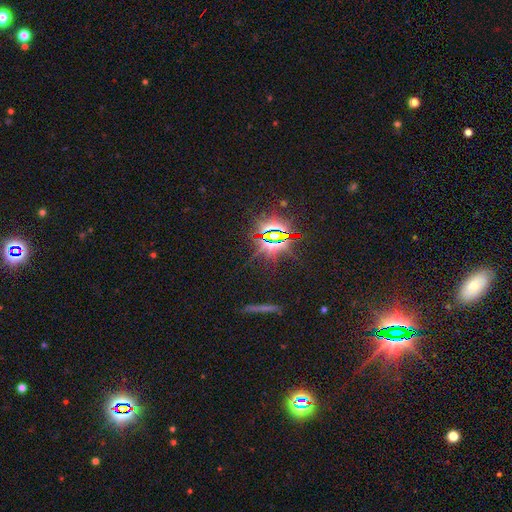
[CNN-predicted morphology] smooth_or_featured: star or artifact (p=0.81) [alt: featured or disk p=0.10]